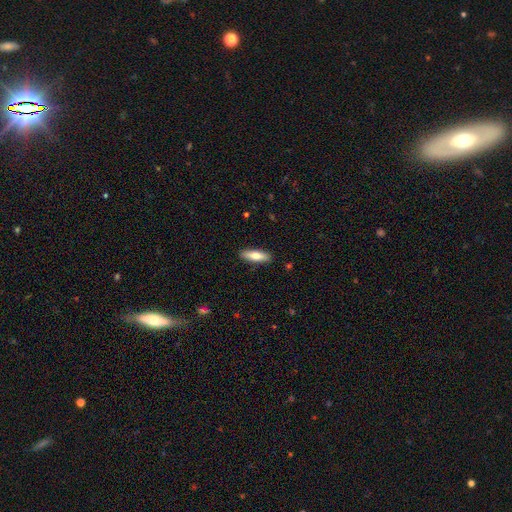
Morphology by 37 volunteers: smooth_or_featured: smooth (p=0.59) [alt: featured or disk p=0.32]
how_rounded: cigar-shaped (p=0.59) [alt: in between p=0.41]
merging: none (p=0.91) [alt: minor disturbance p=0.09]